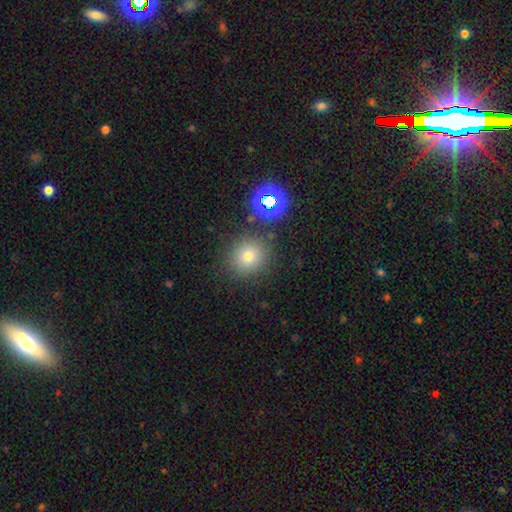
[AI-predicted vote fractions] Smooth or featured? smooth (57%)
How rounded? round (90%)
Merging? none (84%)